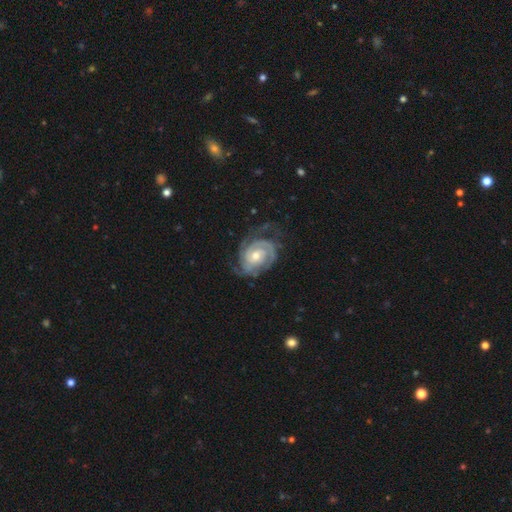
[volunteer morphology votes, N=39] smooth-or-featured: featured or disk: 82% | smooth: 10% | star or artifact: 8%
  disk-edge-on: no: 100% | yes: 0%
    bar: no: 78% | weak: 16% | strong: 6%
    has-spiral-arms: yes: 100% | no: 0%
      spiral-winding: tight: 75% | medium: 22% | loose: 3%
      spiral-arm-count: 3: 41% | 2: 28% | can't tell: 19% | 1: 9% | more than 4: 3% | 4: 0%
    bulge-size: moderate: 69% | small: 28% | none: 3% | dominant: 0% | large: 0%
  merging: none: 69% | minor disturbance: 19% | major disturbance: 11% | merger: 0%